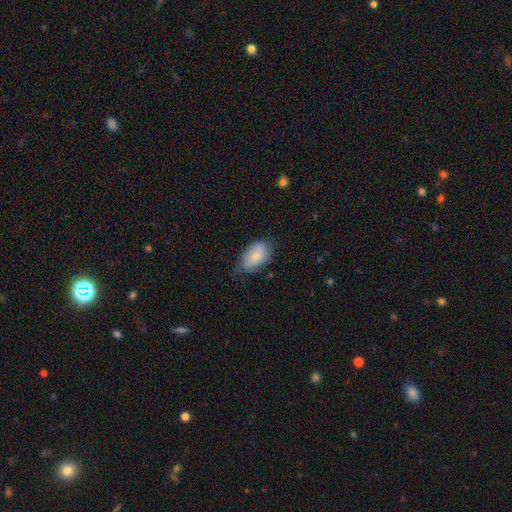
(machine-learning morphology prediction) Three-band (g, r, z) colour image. It shows a smooth galaxy with no disk features (82%) that is in between round and cigar-shaped (92%). Merging: none (62%).